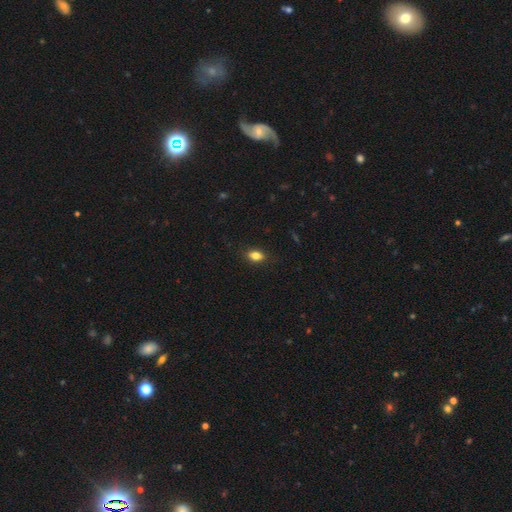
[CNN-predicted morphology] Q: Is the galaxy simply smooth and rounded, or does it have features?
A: smooth — 82%.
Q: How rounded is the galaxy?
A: in between — 81%.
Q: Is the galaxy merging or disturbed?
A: none — 86%.